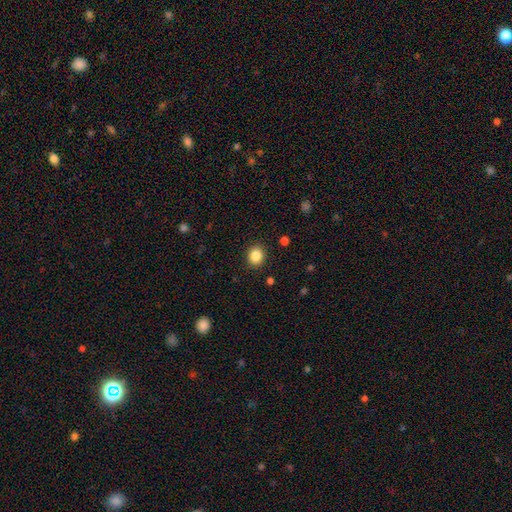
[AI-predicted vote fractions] Smooth or featured? Predicted: smooth (p=0.86). How rounded? Predicted: round (p=0.71). Merging? Predicted: none (p=0.90).